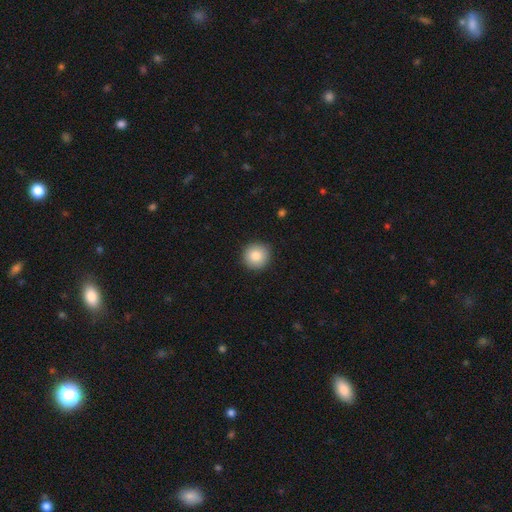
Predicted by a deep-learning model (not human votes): smooth-or-featured: smooth: 84% | star or artifact: 8% | featured or disk: 7%
  how-rounded: round: 94% | in between: 5% | cigar-shaped: 1%
  merging: none: 91% | minor disturbance: 6% | major disturbance: 2% | merger: 1%